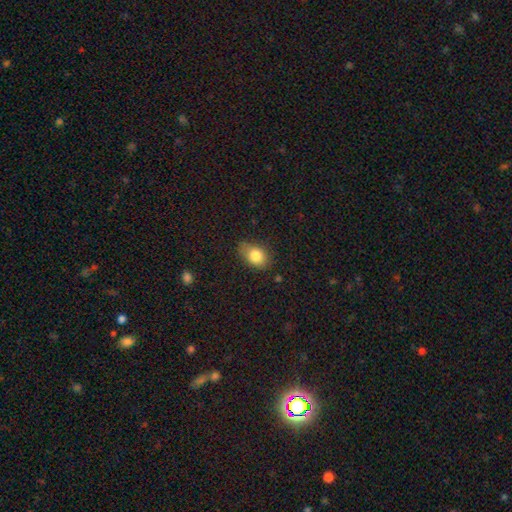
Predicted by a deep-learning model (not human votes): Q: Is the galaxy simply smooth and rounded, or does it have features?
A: smooth — 82%.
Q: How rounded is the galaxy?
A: in between — 77%.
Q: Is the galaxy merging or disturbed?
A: none — 68%.